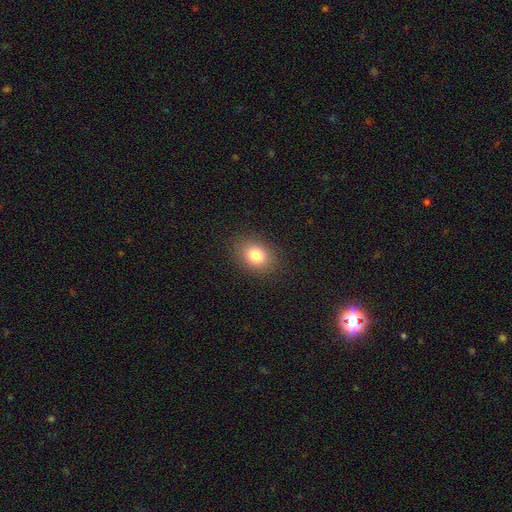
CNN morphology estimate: This appears to be a smooth galaxy with no disk features (81%) that is in between round and cigar-shaped (59%). Merging: none (87%).